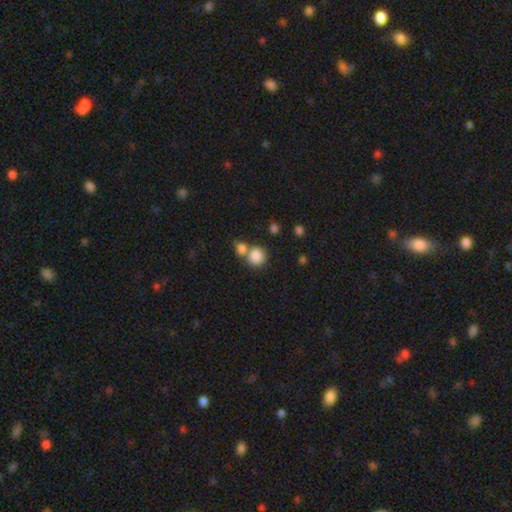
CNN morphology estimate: A smooth galaxy with no disk features (85%) that is round (85%).

Vote fractions:
- Smooth or featured? smooth: 85% / star or artifact: 9% / featured or disk: 6%
- How rounded? round: 85% / in between: 14% / cigar-shaped: 1%
- Merging? none: 49% / merger: 40% / minor disturbance: 8% / major disturbance: 4%